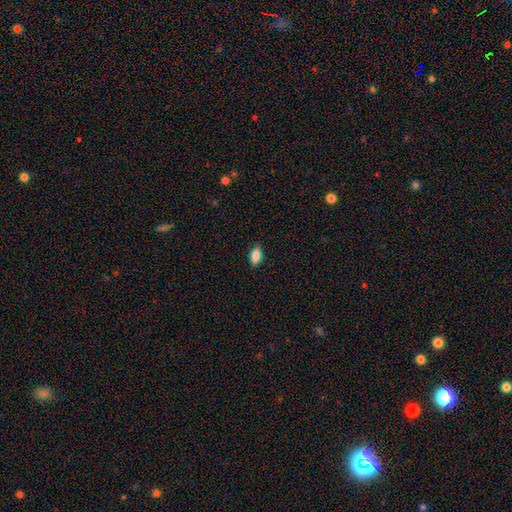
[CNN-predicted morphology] Q: Smooth or featured?
A: smooth (87%); runner-up: star or artifact (8%)
Q: How rounded?
A: in between (89%); runner-up: round (6%)
Q: Merging?
A: none (87%); runner-up: minor disturbance (10%)